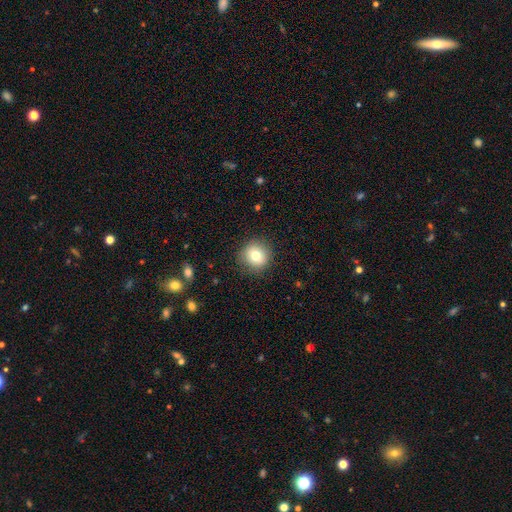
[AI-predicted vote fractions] Overall: smooth (76%). How rounded: round (93%). Merging: none (87%).